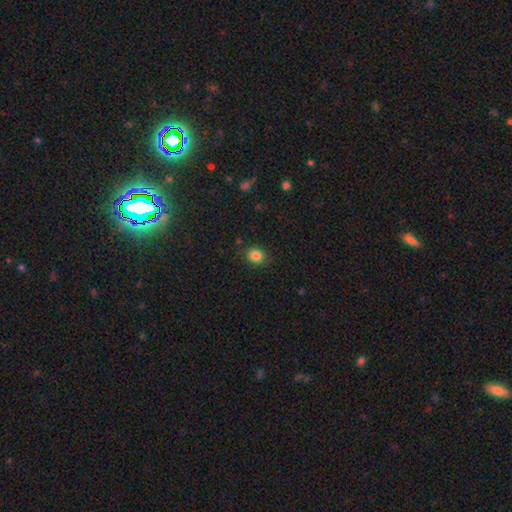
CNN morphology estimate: type=smooth (85%); roundness=round (68%); merging=none (86%).